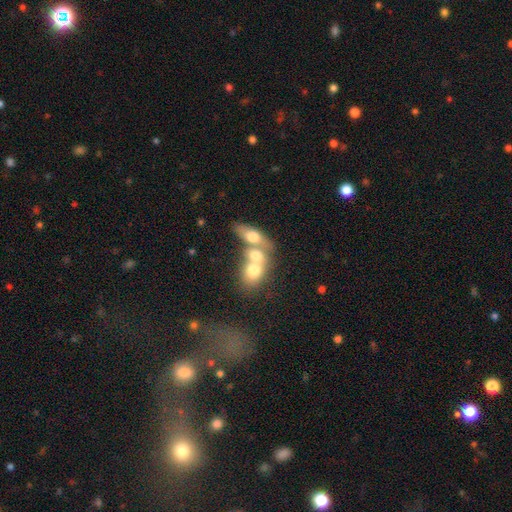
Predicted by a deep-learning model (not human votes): Smooth or featured?
  - smooth: 66% *
  - featured or disk: 26%
  - star or artifact: 8%
How rounded?
  - in between: 69% *
  - round: 26%
  - cigar-shaped: 5%
Merging?
  - merger: 74% *
  - none: 17%
  - minor disturbance: 5%
  - major disturbance: 4%